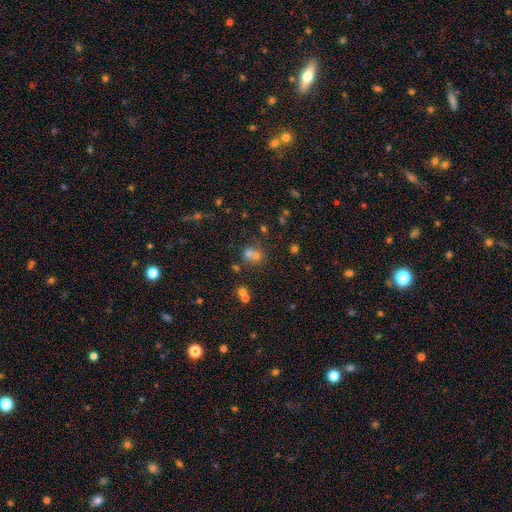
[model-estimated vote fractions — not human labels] Morphology: type=smooth (50%); merging=none (49%).